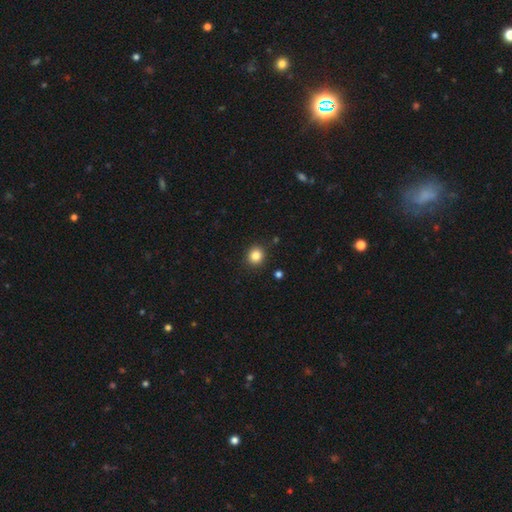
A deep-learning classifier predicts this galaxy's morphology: A smooth galaxy with no disk features (84%) that is round (87%). Merging: none (90%).